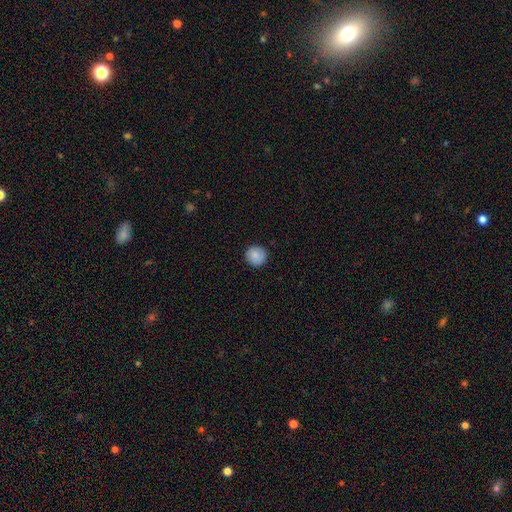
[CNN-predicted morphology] This is clearly a smooth galaxy (86%). How rounded: clearly round (95%). Merging: clearly none (91%).